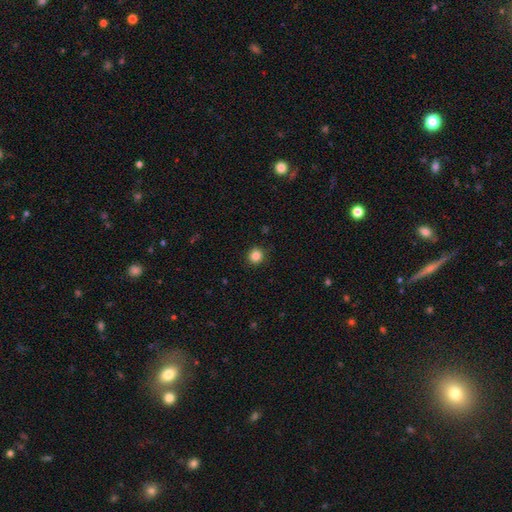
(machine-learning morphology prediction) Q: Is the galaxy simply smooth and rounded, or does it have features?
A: smooth — 85%.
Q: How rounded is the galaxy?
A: round — 91%.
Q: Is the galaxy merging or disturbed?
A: none — 91%.